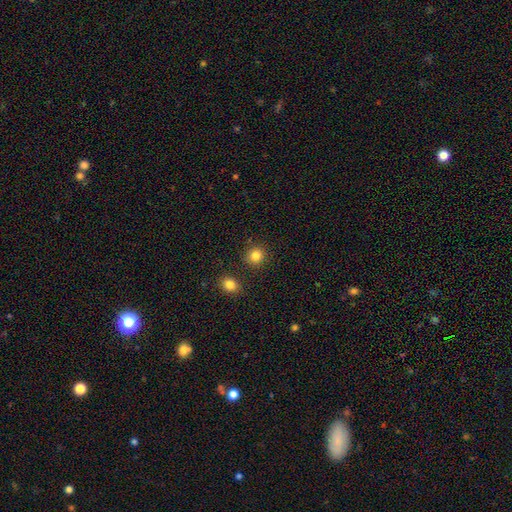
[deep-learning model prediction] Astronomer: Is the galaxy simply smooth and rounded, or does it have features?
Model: smooth — 83%.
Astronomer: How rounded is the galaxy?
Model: round — 91%.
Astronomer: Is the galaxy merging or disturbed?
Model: none — 88%.